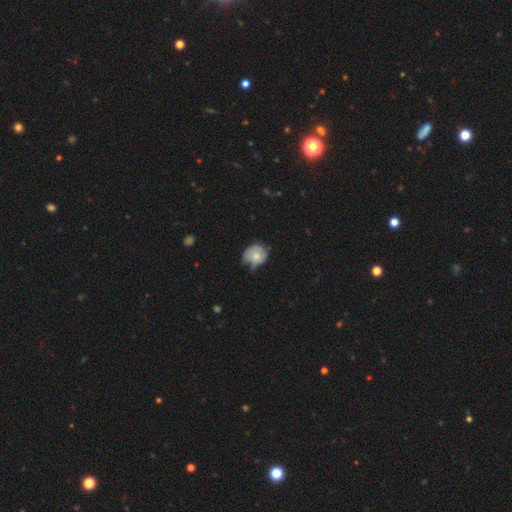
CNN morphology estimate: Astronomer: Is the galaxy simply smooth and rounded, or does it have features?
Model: smooth — 60%.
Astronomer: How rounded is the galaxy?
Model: round — 69%.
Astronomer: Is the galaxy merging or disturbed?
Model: none — 42% (runner-up: minor disturbance, 41%).